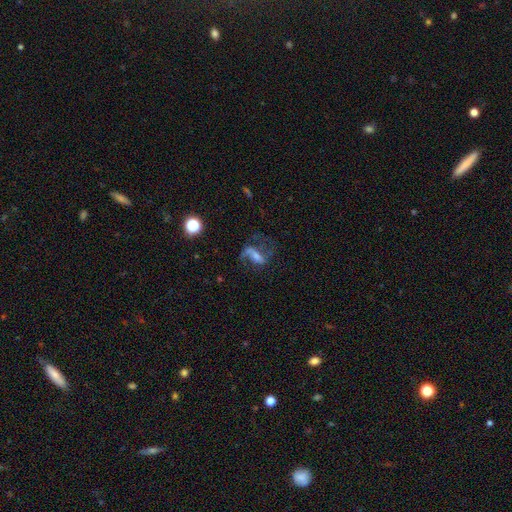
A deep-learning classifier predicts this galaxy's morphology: Smooth or featured? featured or disk (73%)
Edge-on disk? no (93%)
Bar? weak (38%)
Spiral arms? yes (87%)
Spiral winding? loose (62%)
Spiral arm count? 2 (73%)
Bulge size? small (44%)
Merging? none (52%)